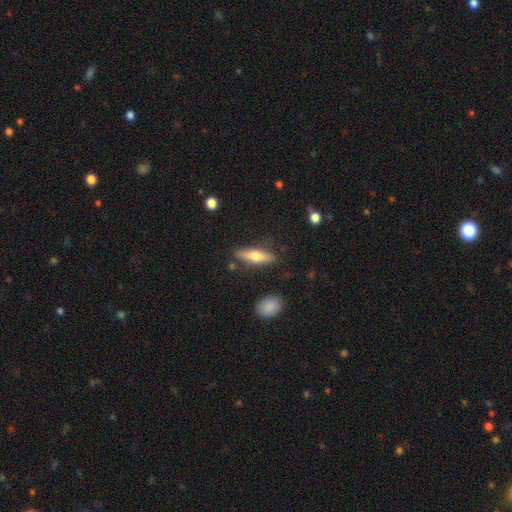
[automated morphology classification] type=smooth (51%); roundness=cigar-shaped (66%); merging=none (83%).